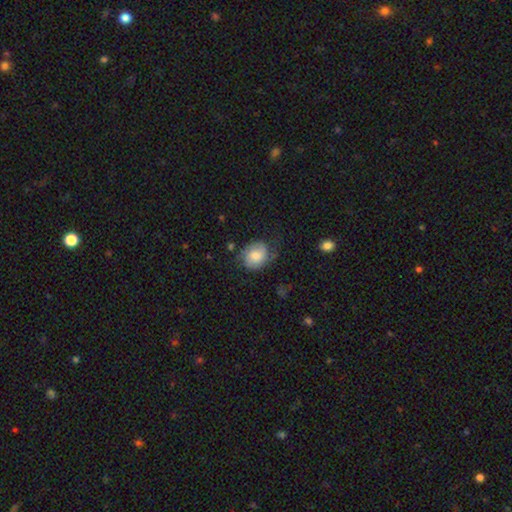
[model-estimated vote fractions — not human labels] The model was most divided on "how rounded": round: 52%, in between: 47%, cigar-shaped: 1%. More confident: smooth or featured — smooth (63%); merging — none (56%).